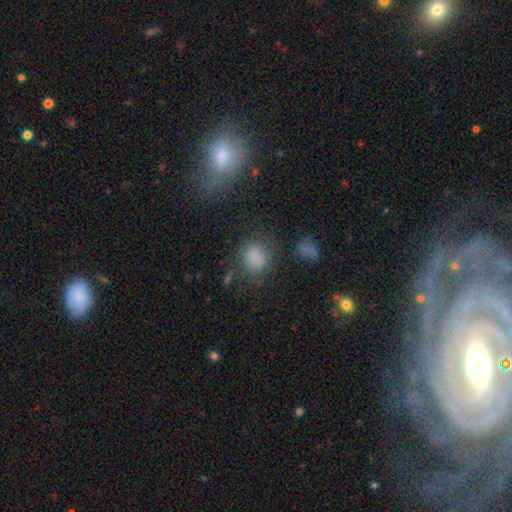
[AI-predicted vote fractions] Smooth or featured? Predicted: smooth (p=0.79). How rounded? Predicted: round (p=0.69). Merging? Predicted: none (p=0.66).